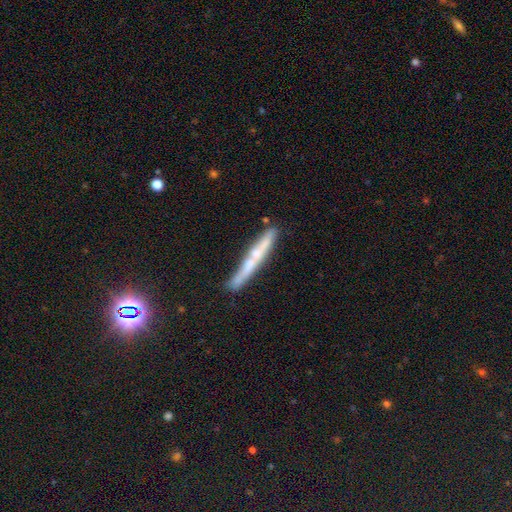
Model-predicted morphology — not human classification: featured or disk 55%, smooth 35%, star or artifact 9%. Down the decision tree: edge-on disk — yes (92%); edge-on bulge — none (52%); merging — none (78%).